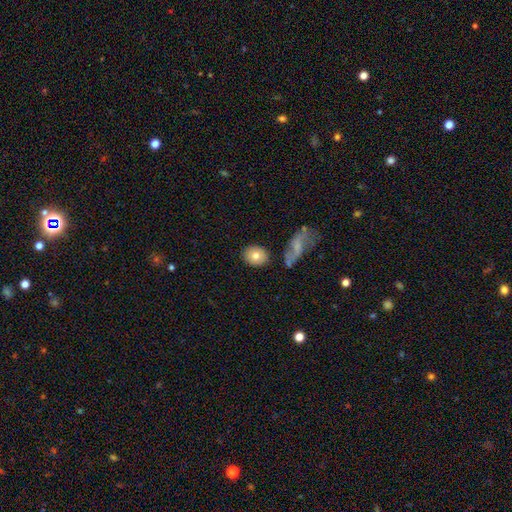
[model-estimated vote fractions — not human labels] Smooth or featured?
  - smooth: 76% *
  - featured or disk: 16%
  - star or artifact: 8%
How rounded?
  - round: 54% *
  - in between: 44%
  - cigar-shaped: 2%
Merging?
  - none: 80% *
  - minor disturbance: 11%
  - merger: 6%
  - major disturbance: 4%